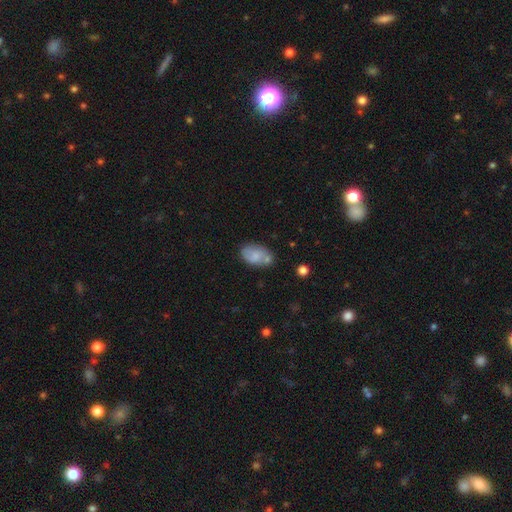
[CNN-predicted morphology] Q: Smooth or featured?
A: smooth (68%); runner-up: featured or disk (25%)
Q: How rounded?
A: in between (90%); runner-up: round (8%)
Q: Merging?
A: none (55%); runner-up: minor disturbance (21%)